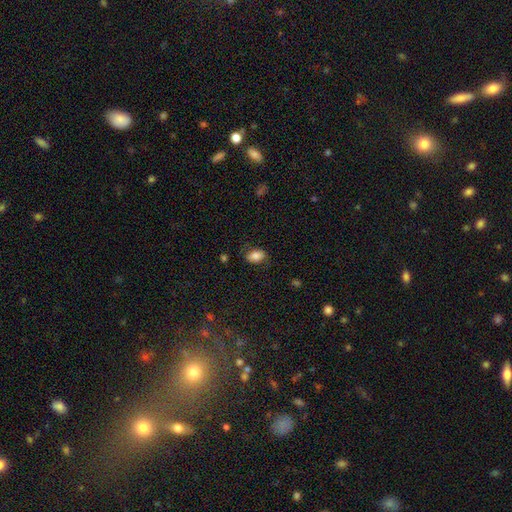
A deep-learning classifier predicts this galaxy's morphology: The model was most divided on "merging": none: 73%, minor disturbance: 19%, major disturbance: 7%, merger: 1%. More confident: how rounded — in between (88%); smooth or featured — smooth (79%).